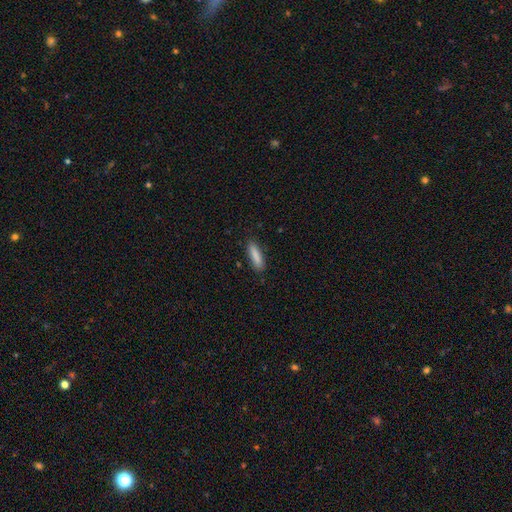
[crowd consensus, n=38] Smooth or featured? 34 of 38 (89%) said smooth. How rounded? 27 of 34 (79%) said cigar-shaped. Merging? 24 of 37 (65%) said none.